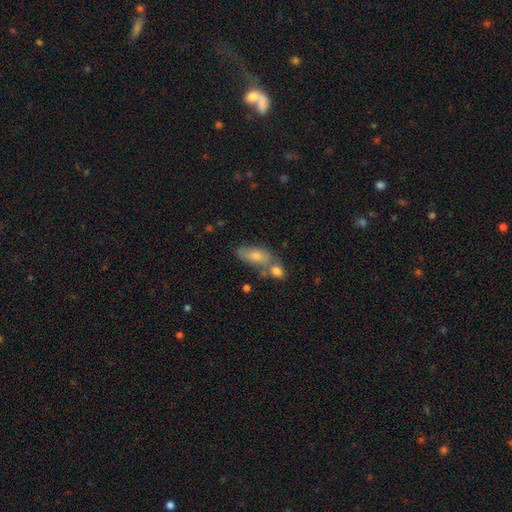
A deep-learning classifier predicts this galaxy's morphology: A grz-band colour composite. It shows a smooth galaxy with no disk features (73%) that is in between round and cigar-shaped (85%). Merging: none (41%).